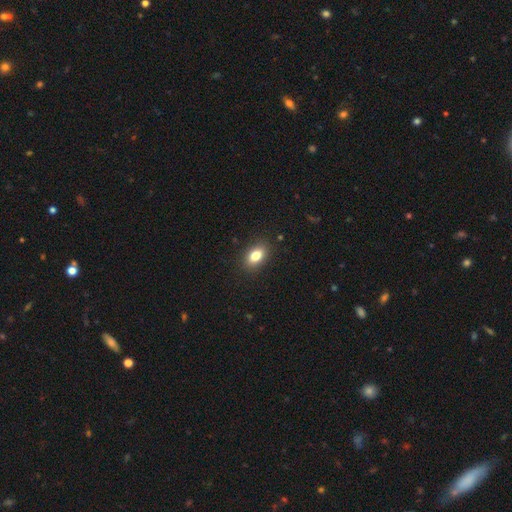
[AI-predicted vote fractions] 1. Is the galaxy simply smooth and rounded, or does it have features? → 82% smooth, 9% star or artifact, 9% featured or disk.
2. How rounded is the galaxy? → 85% in between, 13% round, 3% cigar-shaped.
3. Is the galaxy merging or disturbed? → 88% none, 8% minor disturbance, 2% major disturbance, 1% merger.